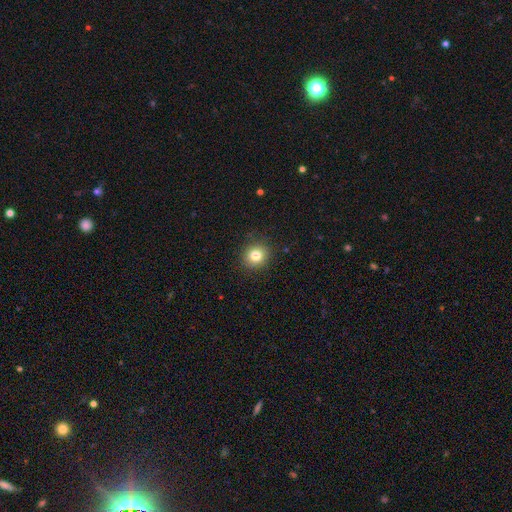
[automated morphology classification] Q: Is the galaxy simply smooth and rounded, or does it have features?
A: smooth — 81%.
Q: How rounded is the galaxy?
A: round — 82%.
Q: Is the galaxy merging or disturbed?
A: none — 89%.